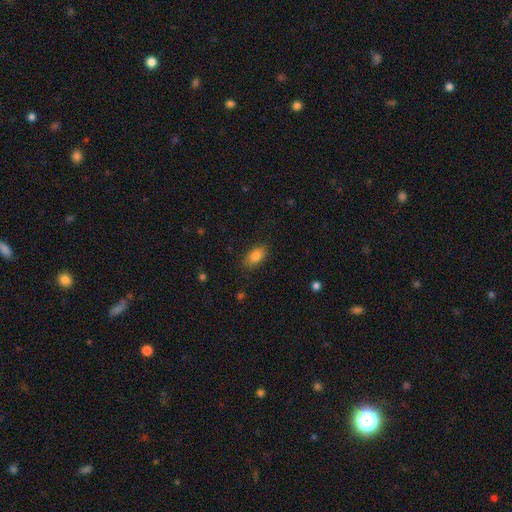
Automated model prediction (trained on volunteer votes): A smooth galaxy with no disk features (84%) that is in between round and cigar-shaped (90%). Merging: none (84%).